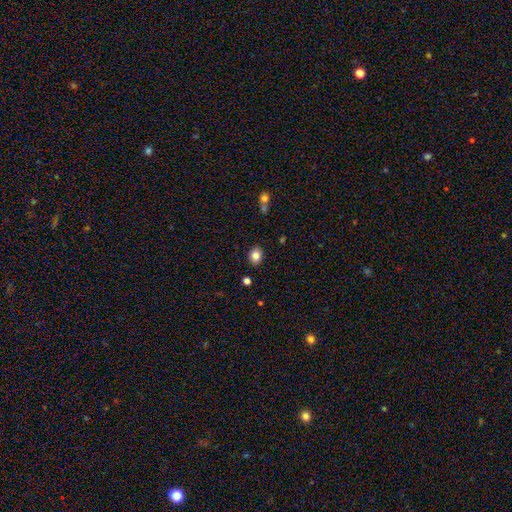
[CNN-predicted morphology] smooth_or_featured: smooth (p=0.83) [alt: star or artifact p=0.10]
how_rounded: in between (p=0.58) [alt: round p=0.41]
merging: none (p=0.87) [alt: minor disturbance p=0.09]